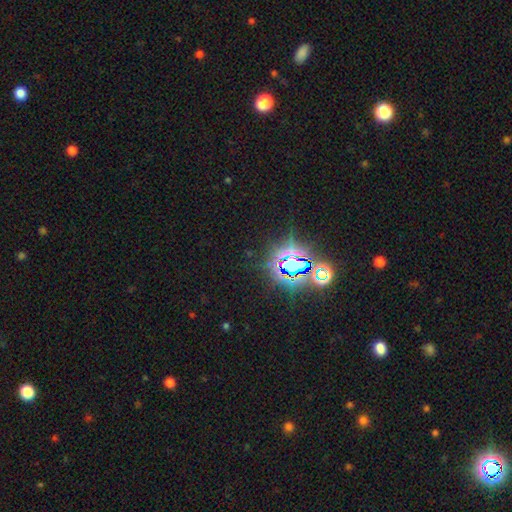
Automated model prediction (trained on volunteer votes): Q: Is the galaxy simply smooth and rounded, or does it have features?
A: star or artifact — 81%.